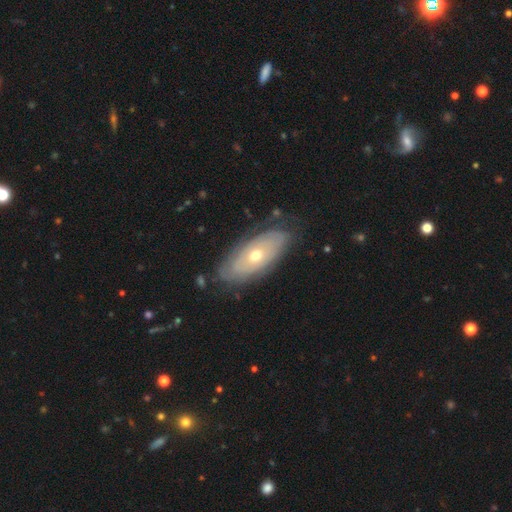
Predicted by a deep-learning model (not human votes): Smooth or featured: featured or disk — 64% (smooth — 30%)
Edge-on disk: no — 85% (yes — 15%)
Bar: no — 90% (weak — 8%)
Spiral arms: no — 53% (yes — 47%)
Bulge size: moderate — 60% (small — 36%)
Merging: none — 79% (minor disturbance — 15%)